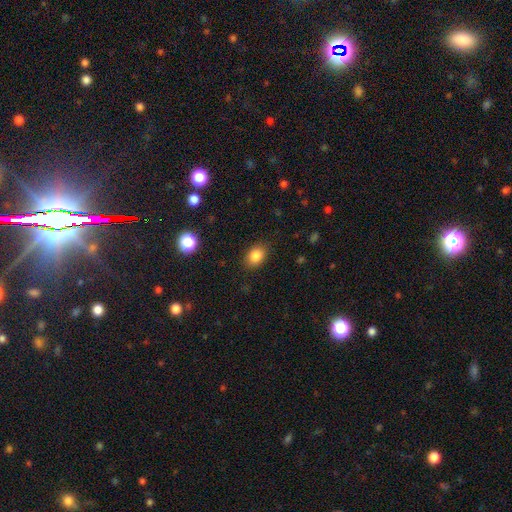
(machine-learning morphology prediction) type=smooth (83%); roundness=in between (70%); merging=none (86%).